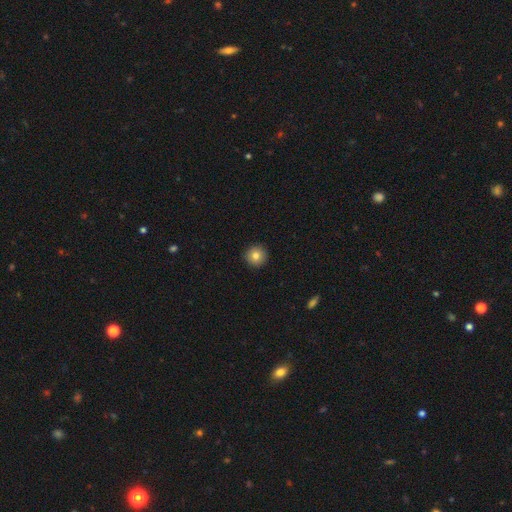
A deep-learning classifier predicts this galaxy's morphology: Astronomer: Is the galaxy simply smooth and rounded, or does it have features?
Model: smooth — 81%.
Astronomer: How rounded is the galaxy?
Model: round — 96%.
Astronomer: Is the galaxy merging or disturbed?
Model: none — 92%.